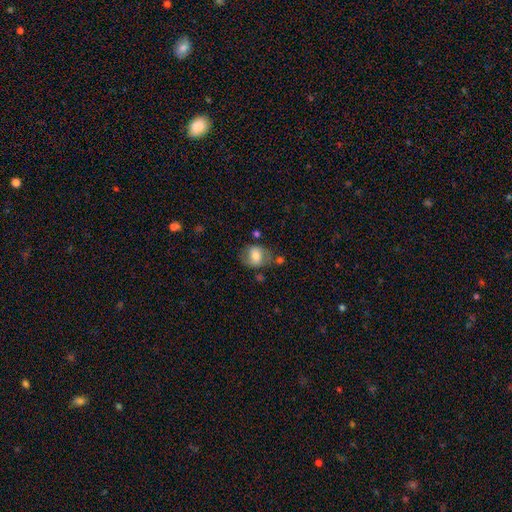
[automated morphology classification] A smooth galaxy with no disk features (67%) that is round (53%). Merging: none (56%).